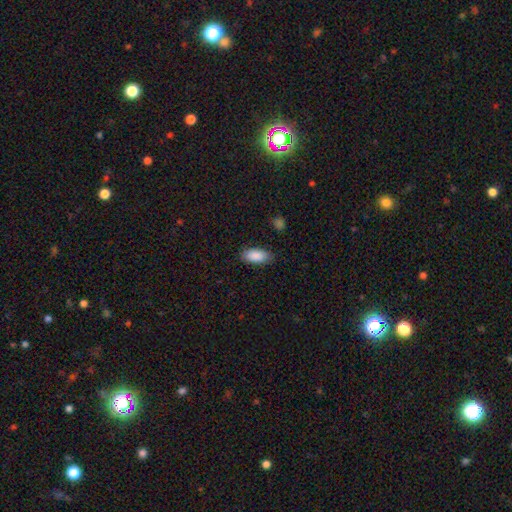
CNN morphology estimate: A smooth galaxy with no disk features (89%) that is in between round and cigar-shaped (91%).

Vote fractions:
- Smooth or featured? smooth: 89% / star or artifact: 6% / featured or disk: 4%
- How rounded? in between: 91% / cigar-shaped: 6% / round: 2%
- Merging? none: 83% / minor disturbance: 13% / major disturbance: 3% / merger: 1%